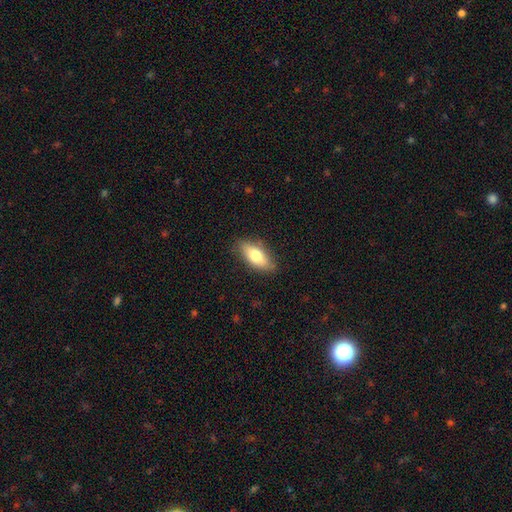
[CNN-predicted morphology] smooth_or_featured: smooth (p=0.70) [alt: featured or disk p=0.23]
how_rounded: in between (p=0.78) [alt: cigar-shaped p=0.18]
merging: none (p=0.82) [alt: minor disturbance p=0.14]